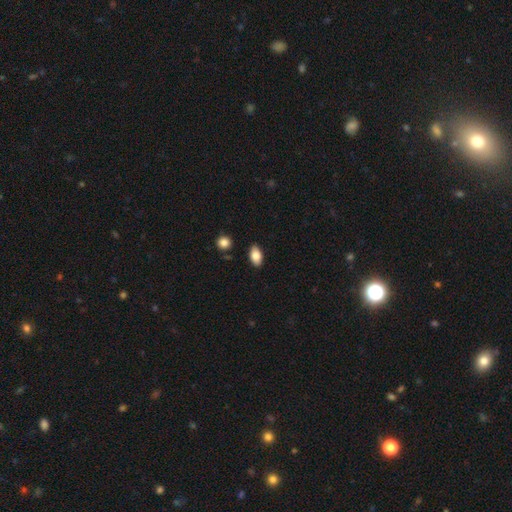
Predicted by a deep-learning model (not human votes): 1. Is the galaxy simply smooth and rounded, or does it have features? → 84% smooth, 8% featured or disk, 7% star or artifact.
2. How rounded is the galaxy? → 91% in between, 6% round, 3% cigar-shaped.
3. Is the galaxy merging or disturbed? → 87% none, 9% minor disturbance, 2% merger, 2% major disturbance.